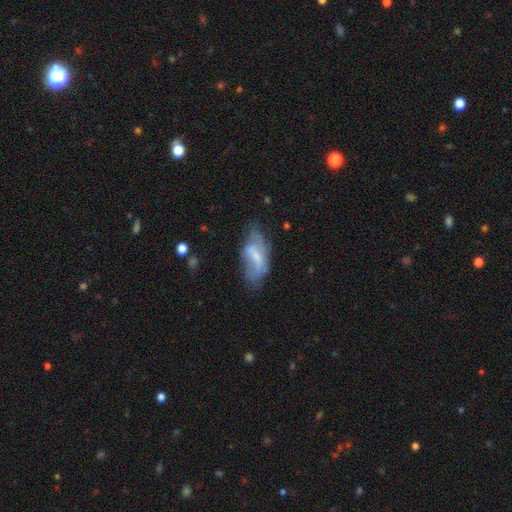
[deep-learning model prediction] Overall: featured or disk (52%; smooth 39%). Edge-on disk: no (88%). Merging: none (48%; minor disturbance 31%).